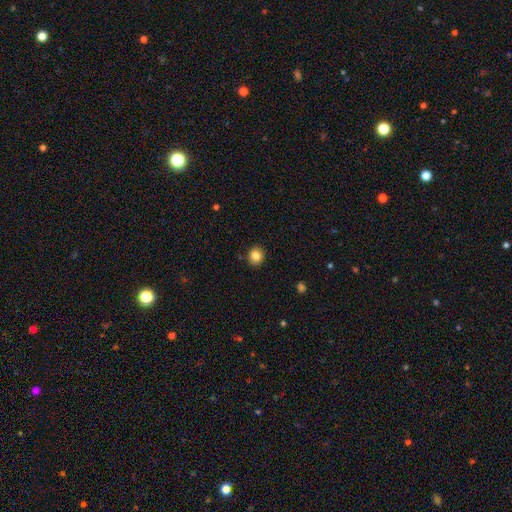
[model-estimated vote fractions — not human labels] A smooth galaxy with no disk features (83%) that is round (79%). Merging: none (89%).